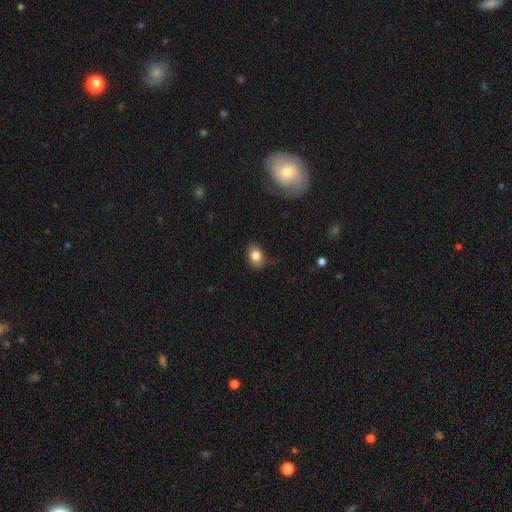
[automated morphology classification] A smooth galaxy with no disk features (83%) that is in between round and cigar-shaped (66%).

Vote fractions:
- Smooth or featured? smooth: 83% / star or artifact: 9% / featured or disk: 8%
- How rounded? in between: 66% / round: 33% / cigar-shaped: 1%
- Merging? none: 74% / minor disturbance: 20% / major disturbance: 5% / merger: 2%